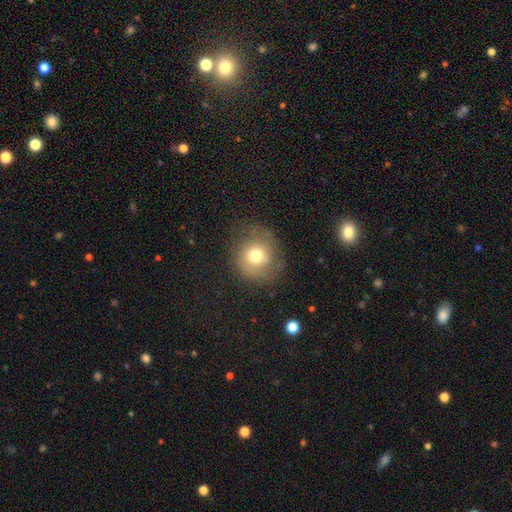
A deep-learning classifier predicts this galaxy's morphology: Smooth or featured? smooth (65%)
How rounded? round (86%)
Merging? none (71%)